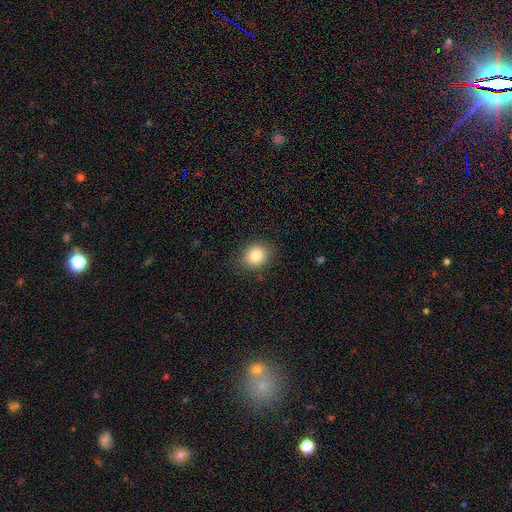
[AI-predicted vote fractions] A smooth galaxy with no disk features (84%) that is round (58%).

Vote fractions:
- Smooth or featured? smooth: 84% / star or artifact: 9% / featured or disk: 7%
- How rounded? round: 58% / in between: 41% / cigar-shaped: 1%
- Merging? none: 84% / minor disturbance: 12% / major disturbance: 3% / merger: 1%